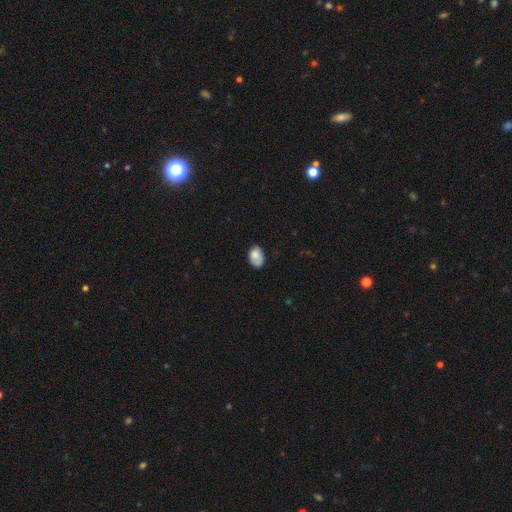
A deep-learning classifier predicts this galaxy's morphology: type=smooth (80%); roundness=in between (84%); merging=none (60%).